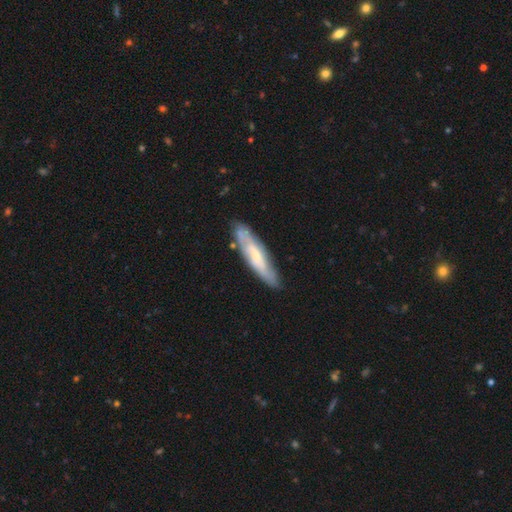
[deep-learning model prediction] Smooth or featured?
  - featured or disk: 53% *
  - smooth: 41%
  - star or artifact: 6%
Edge-on disk?
  - no: 51% *
  - yes: 49%
Merging?
  - none: 79% *
  - minor disturbance: 16%
  - major disturbance: 3%
  - merger: 3%